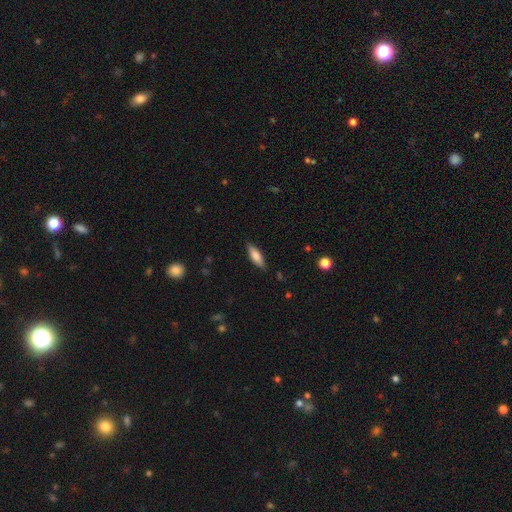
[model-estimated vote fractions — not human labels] Overall: smooth (70%). How rounded: in between (49%, tied with cigar-shaped). Merging: none (86%).